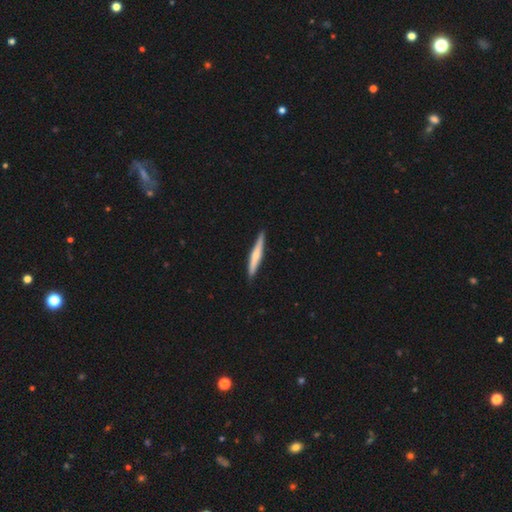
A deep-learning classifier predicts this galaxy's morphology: smooth 50%, featured or disk 45%, star or artifact 5%. Down the decision tree: merging — none (90%).